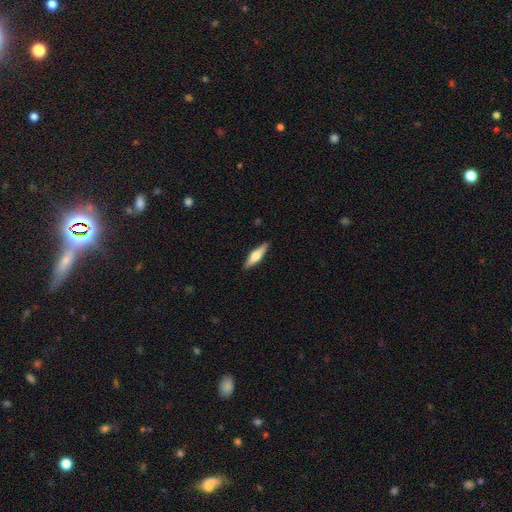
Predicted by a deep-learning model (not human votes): A featured or disk galaxy (51%) viewed edge-on (95%). Merging: none (89%).